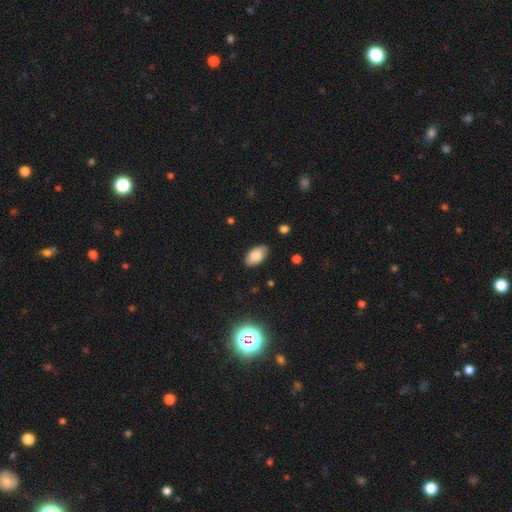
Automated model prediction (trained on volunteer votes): Q: Smooth or featured?
A: smooth (83%); runner-up: featured or disk (9%)
Q: How rounded?
A: in between (95%); runner-up: round (4%)
Q: Merging?
A: none (84%); runner-up: minor disturbance (13%)